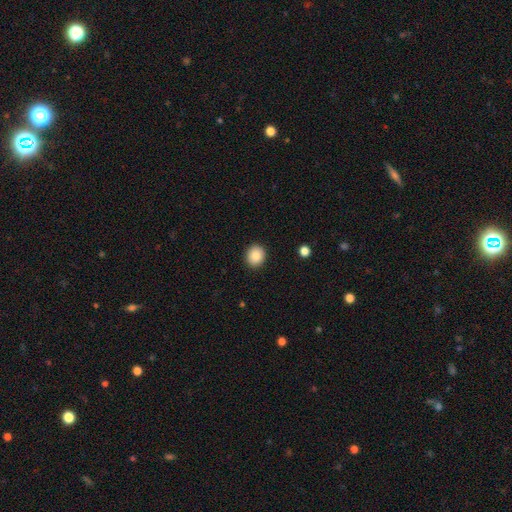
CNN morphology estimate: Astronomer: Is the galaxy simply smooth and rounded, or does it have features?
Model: smooth — 87%.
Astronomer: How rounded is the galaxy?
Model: round — 82%.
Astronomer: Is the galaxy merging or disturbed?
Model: none — 92%.